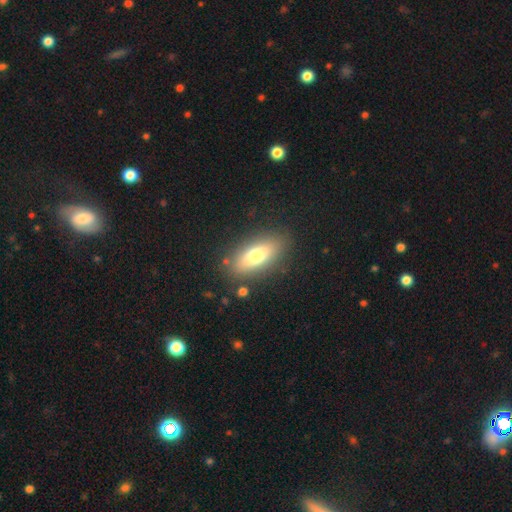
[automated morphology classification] A smooth galaxy with no disk features (72%) that is in between round and cigar-shaped (78%). Merging: none (83%).